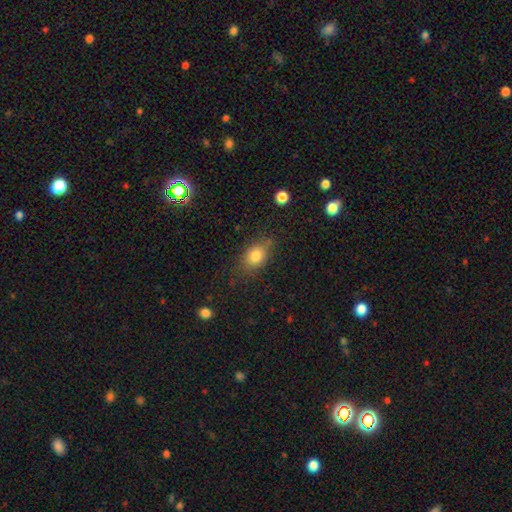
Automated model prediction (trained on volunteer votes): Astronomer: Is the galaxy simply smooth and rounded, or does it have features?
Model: smooth — 81%.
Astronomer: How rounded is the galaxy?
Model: in between — 73%.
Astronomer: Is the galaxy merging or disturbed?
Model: none — 71%.